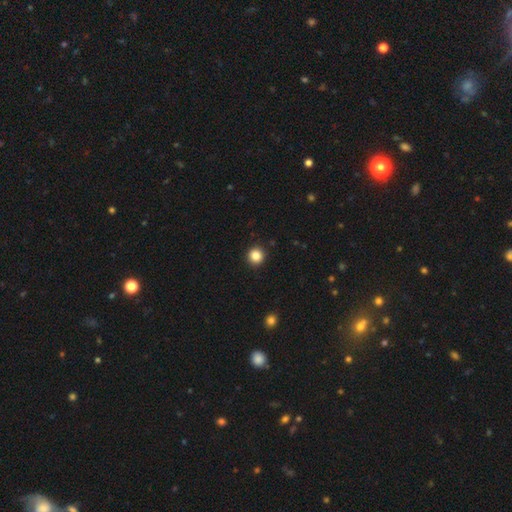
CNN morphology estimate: This appears to be a smooth galaxy with no disk features (85%) that is round (95%). Merging: none (93%).